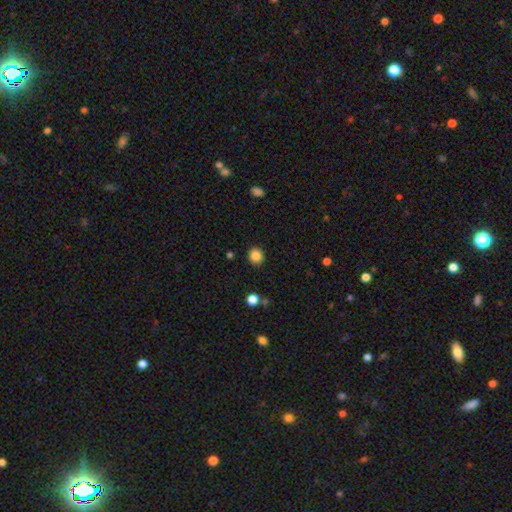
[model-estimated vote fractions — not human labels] This appears to be a smooth galaxy with no disk features (85%) that is round (85%). Merging: none (90%).